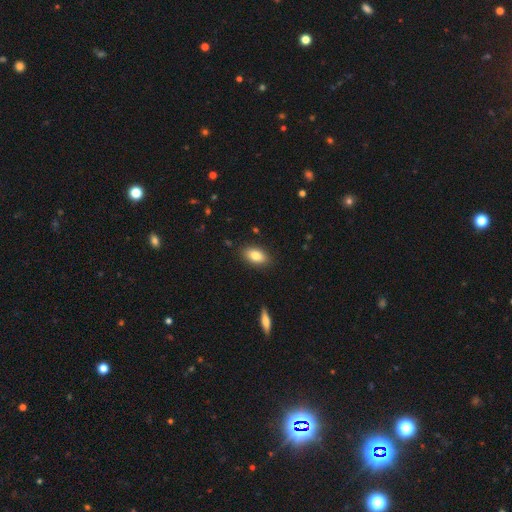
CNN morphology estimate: Q: Smooth or featured?
A: smooth (83%); runner-up: featured or disk (10%)
Q: How rounded?
A: in between (91%); runner-up: round (6%)
Q: Merging?
A: none (88%); runner-up: minor disturbance (9%)